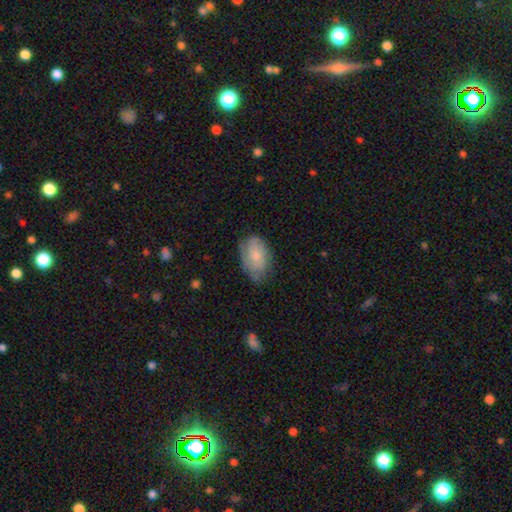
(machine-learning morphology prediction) The model was most divided on "smooth or featured": smooth: 63%, featured or disk: 31%, star or artifact: 7%. More confident: how rounded — in between (88%); merging — none (63%).